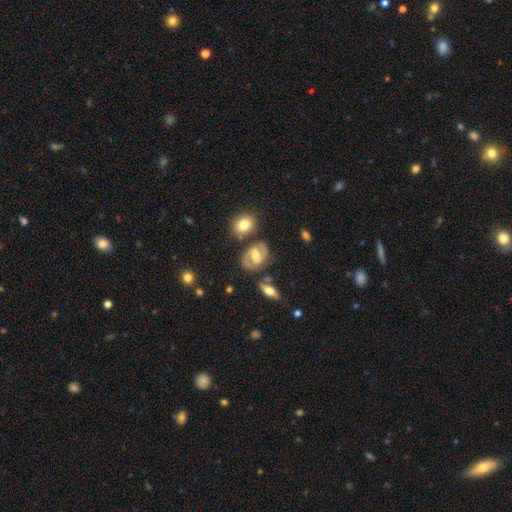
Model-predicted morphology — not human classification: This is likely a featured or disk galaxy (70%). It is clearly not viewed edge-on (95%). Bar: possibly weak (47%). Spiral arm pattern: clearly yes (85%). Spiral arm count: clearly 2 (86%). Spiral winding: possibly medium (50%). Central bulge: likely moderate (62%). Merging: likely none (70%).